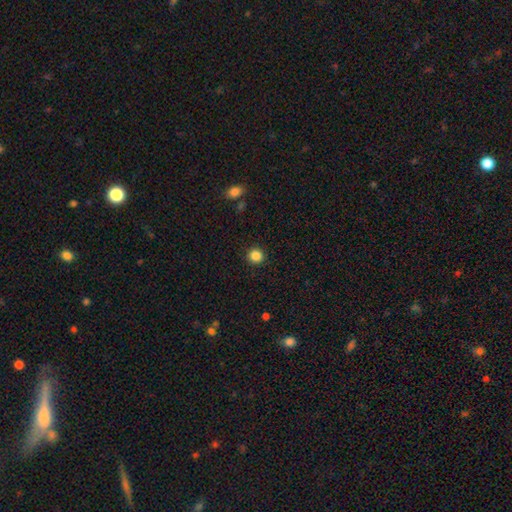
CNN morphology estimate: Smooth or featured? Predicted: smooth (p=0.86). How rounded? Predicted: round (p=0.93). Merging? Predicted: none (p=0.92).